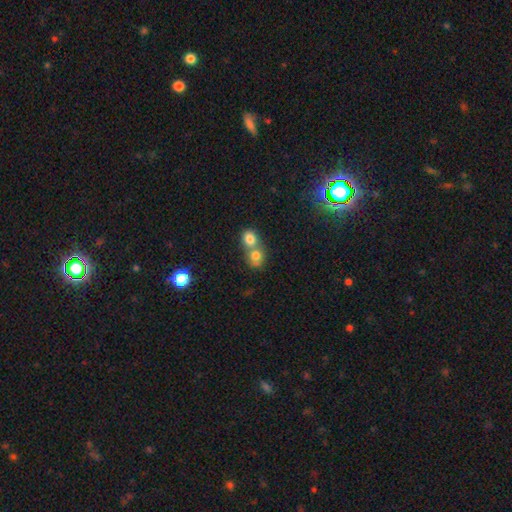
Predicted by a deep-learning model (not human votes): smooth_or_featured: smooth (p=0.78) [alt: featured or disk p=0.12]
how_rounded: round (p=0.74) [alt: in between p=0.25]
merging: merger (p=0.64) [alt: none p=0.28]